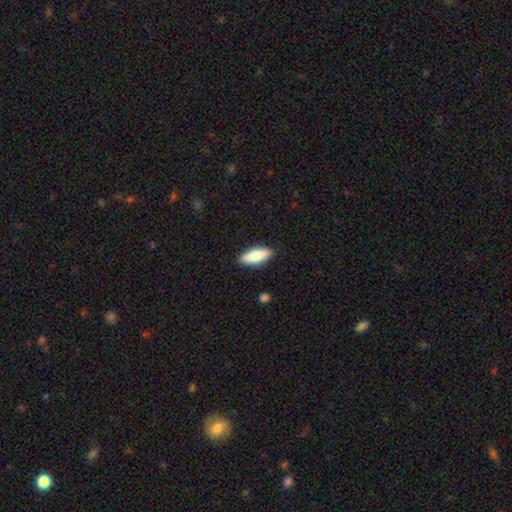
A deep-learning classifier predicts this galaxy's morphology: type=smooth (76%); roundness=in between (64%); merging=none (88%).